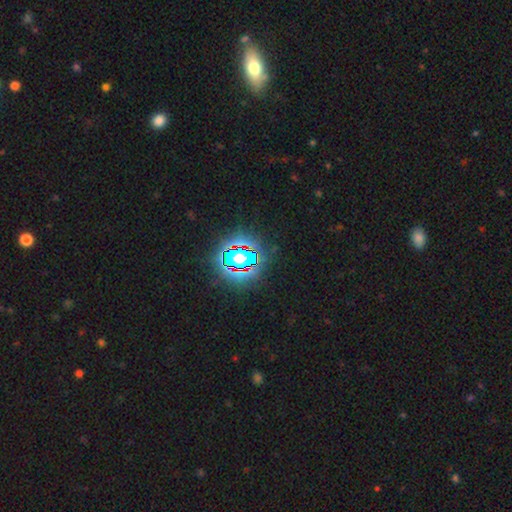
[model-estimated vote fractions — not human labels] This appears to be a star or artifact, not a galaxy (80%).